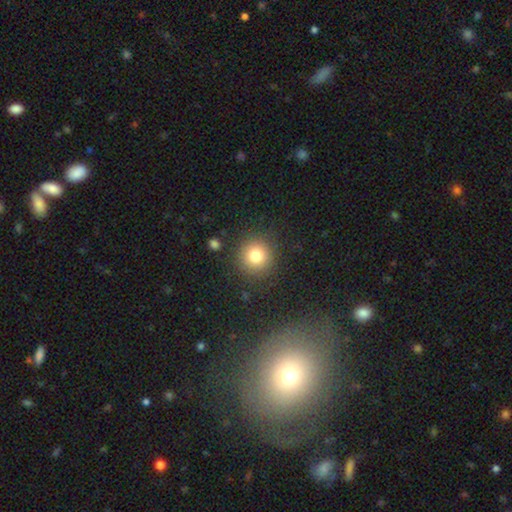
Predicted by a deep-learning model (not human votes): Smooth or featured: smooth — 79% (star or artifact — 13%)
How rounded: round — 94% (in between — 5%)
Merging: none — 88% (minor disturbance — 7%)